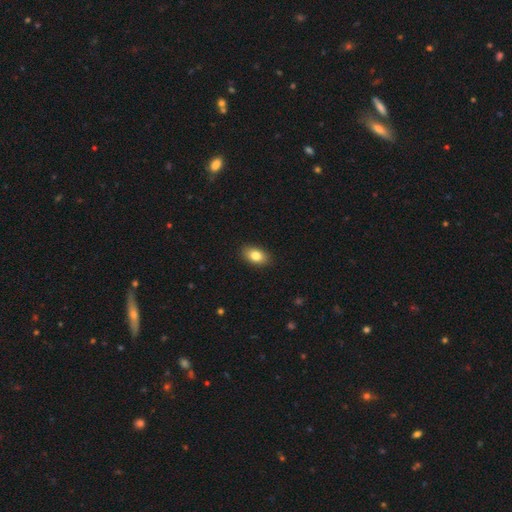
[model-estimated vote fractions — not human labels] smooth_or_featured: smooth (p=0.83) [alt: featured or disk p=0.09]
how_rounded: in between (p=0.89) [alt: round p=0.09]
merging: none (p=0.89) [alt: minor disturbance p=0.08]